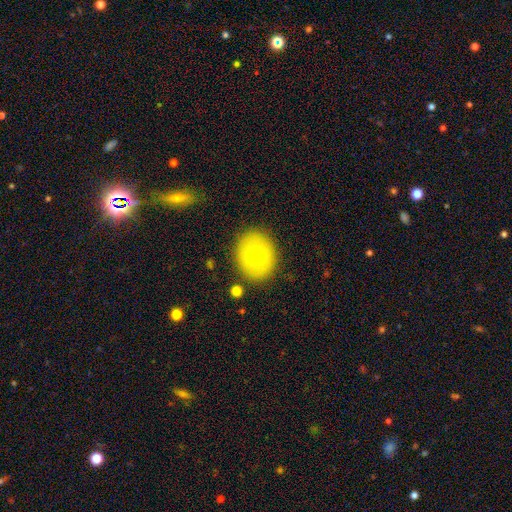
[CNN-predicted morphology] smooth 66%, featured or disk 26%, star or artifact 8%. Down the decision tree: how rounded — round (69%); merging — none (86%).